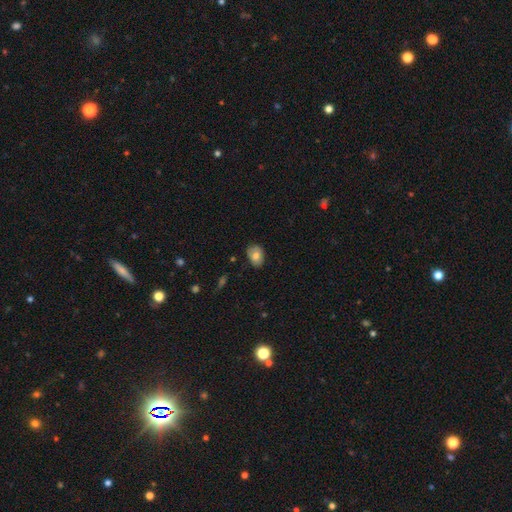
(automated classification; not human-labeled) smooth-or-featured: smooth: 77% | featured or disk: 15% | star or artifact: 8%
  how-rounded: in between: 75% | round: 24% | cigar-shaped: 1%
  merging: none: 78% | minor disturbance: 18% | major disturbance: 3% | merger: 1%